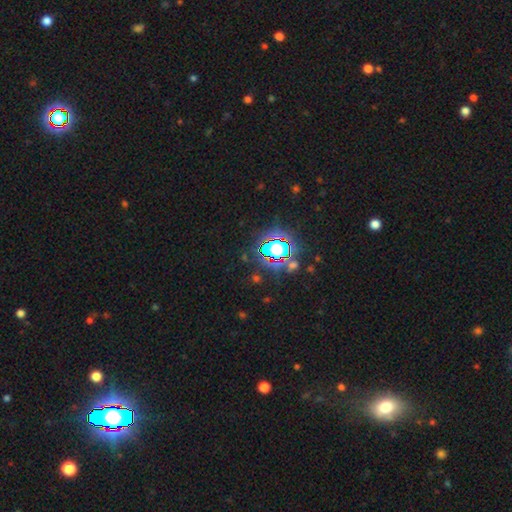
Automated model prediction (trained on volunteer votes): This appears to be a star or artifact, not a galaxy (81%).